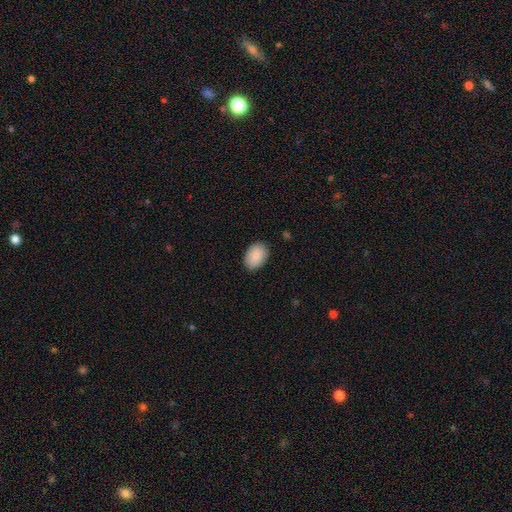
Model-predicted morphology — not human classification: smooth 89%, star or artifact 6%, featured or disk 5%. Down the decision tree: how rounded — in between (87%); merging — none (86%).